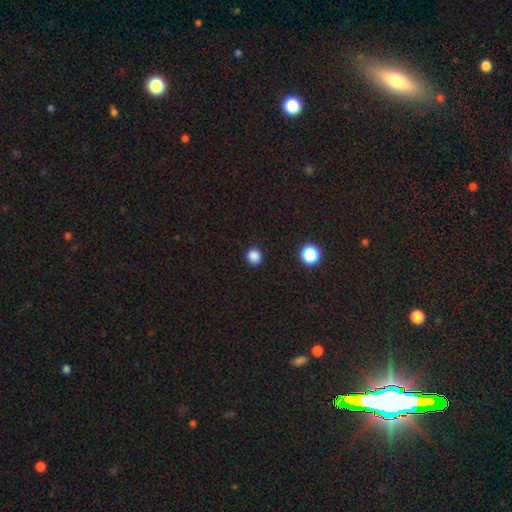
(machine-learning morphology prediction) type=smooth (85%); roundness=round (85%); merging=none (89%).